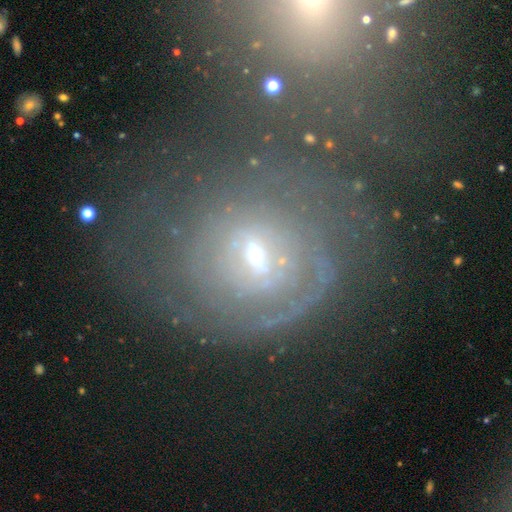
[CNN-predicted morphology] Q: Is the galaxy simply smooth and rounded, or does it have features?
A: featured or disk — 71%.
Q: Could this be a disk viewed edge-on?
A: no — 95%.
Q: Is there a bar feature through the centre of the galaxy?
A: weak — 48%.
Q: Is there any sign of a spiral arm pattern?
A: yes — 71%.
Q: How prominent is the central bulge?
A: small — 64%.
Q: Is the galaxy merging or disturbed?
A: none — 57%.